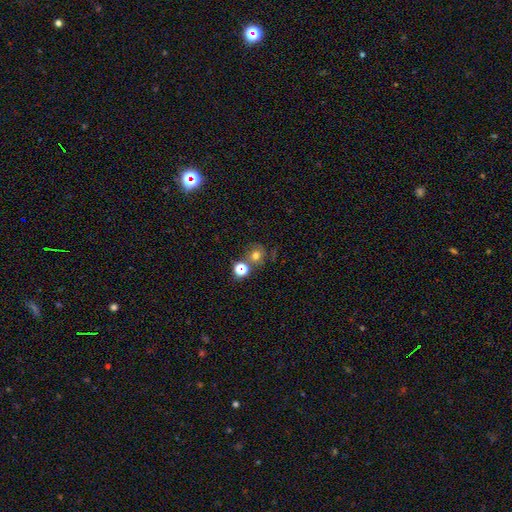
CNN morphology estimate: A smooth galaxy with no disk features (62%) that is round (81%). Merging: none (59%).